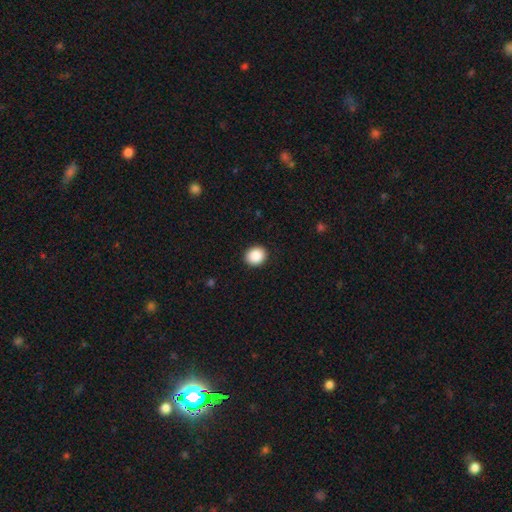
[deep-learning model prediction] This appears to be a smooth galaxy with no disk features (89%) that is round (78%). Merging: none (92%).